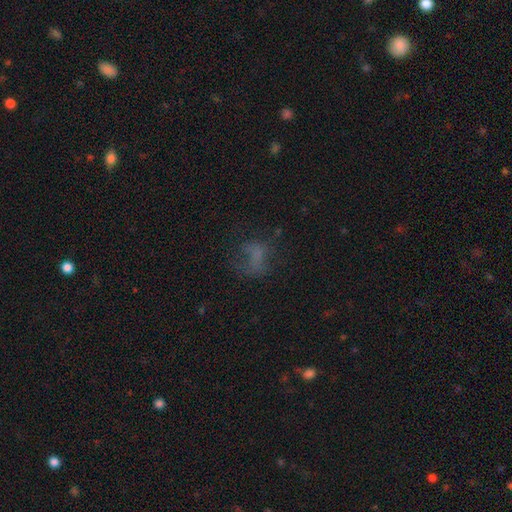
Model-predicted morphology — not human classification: Q: Smooth or featured?
A: smooth (48%); runner-up: featured or disk (28%)
Q: Merging?
A: none (44%); runner-up: major disturbance (33%)